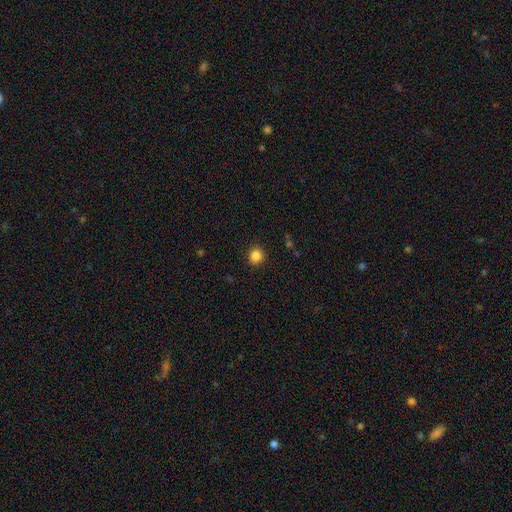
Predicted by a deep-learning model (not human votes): Overall: smooth (85%). How rounded: round (89%). Merging: none (91%).